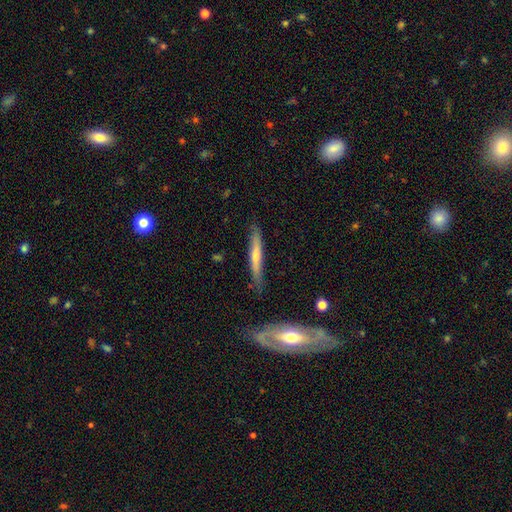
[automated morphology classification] Smooth or featured?
  - featured or disk: 52% *
  - smooth: 42%
  - star or artifact: 6%
Edge-on disk?
  - yes: 91% *
  - no: 9%
Merging?
  - none: 80% *
  - minor disturbance: 15%
  - major disturbance: 3%
  - merger: 2%